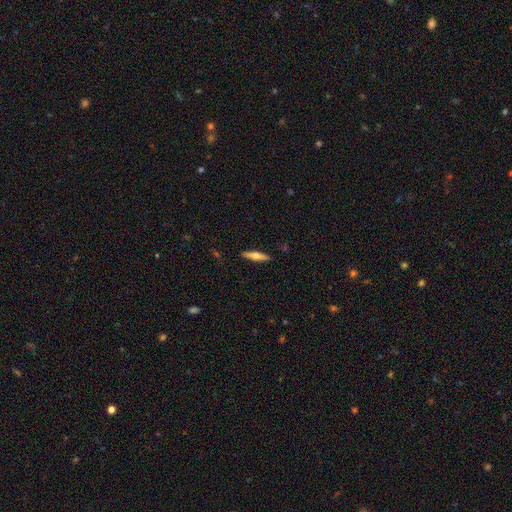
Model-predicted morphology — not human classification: smooth 48%, featured or disk 46%, star or artifact 6%. Down the decision tree: merging — none (90%).